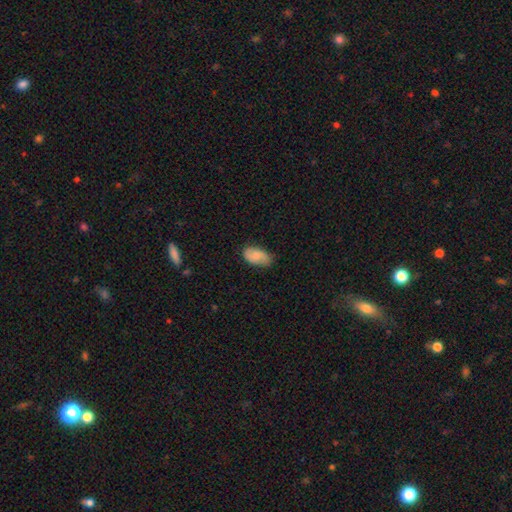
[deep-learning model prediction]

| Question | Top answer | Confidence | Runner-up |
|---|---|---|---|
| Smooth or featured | smooth | 73% | featured or disk (20%) |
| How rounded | in between | 93% | round (5%) |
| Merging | none | 70% | minor disturbance (25%) |